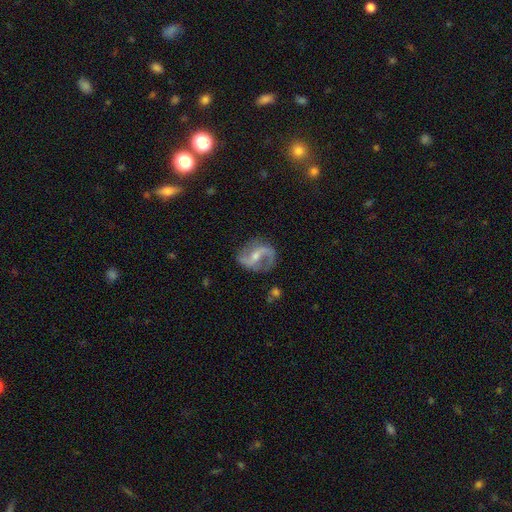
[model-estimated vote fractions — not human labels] featured or disk 88%, smooth 6%, star or artifact 6%. Down the decision tree: edge-on disk — no (97%); bar — weak (40%); spiral arms — yes (96%); spiral arm count — 2 (90%); spiral winding — loose (44%); bulge size — small (48%); merging — none (77%).